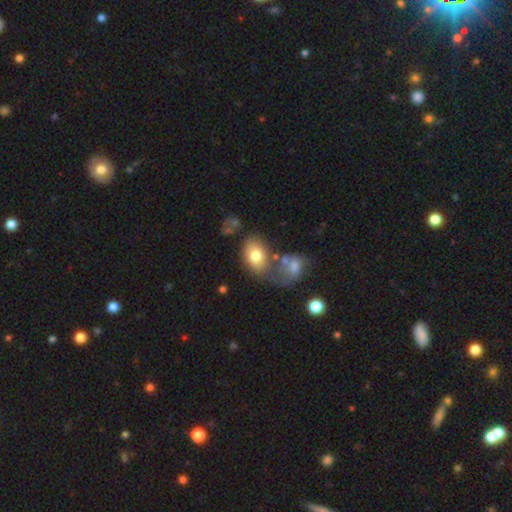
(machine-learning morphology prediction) smooth-or-featured: smooth: 74% | featured or disk: 18% | star or artifact: 8%
  how-rounded: in between: 78% | round: 20% | cigar-shaped: 1%
  merging: none: 42% | merger: 29% | minor disturbance: 17% | major disturbance: 12%